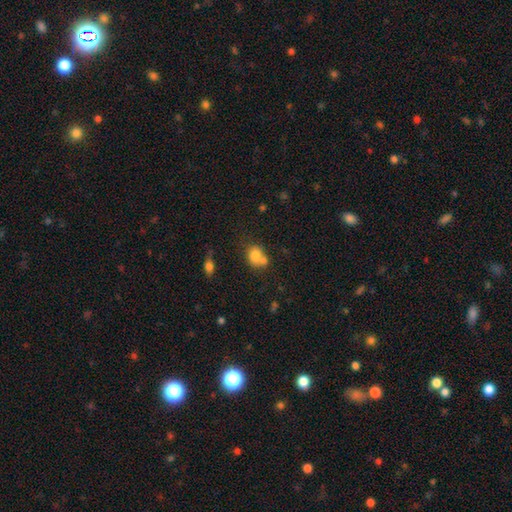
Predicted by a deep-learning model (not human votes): This appears to be a smooth galaxy with no disk features (76%) that is round (57%). Merging: merger (47%).